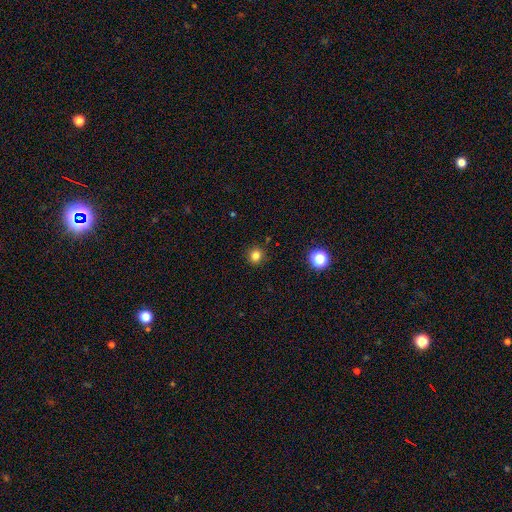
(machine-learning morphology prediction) smooth_or_featured: smooth (p=0.81) [alt: star or artifact p=0.15]
how_rounded: round (p=0.87) [alt: in between p=0.12]
merging: none (p=0.89) [alt: minor disturbance p=0.07]